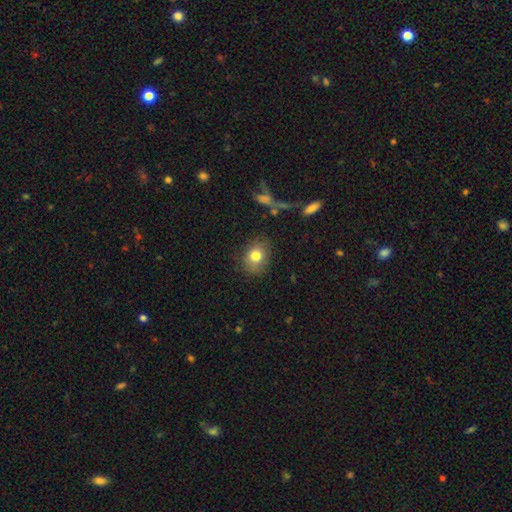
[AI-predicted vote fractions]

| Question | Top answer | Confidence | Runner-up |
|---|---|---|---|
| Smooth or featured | smooth | 79% | featured or disk (11%) |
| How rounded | round | 54% | in between (45%) |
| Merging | none | 80% | minor disturbance (14%) |